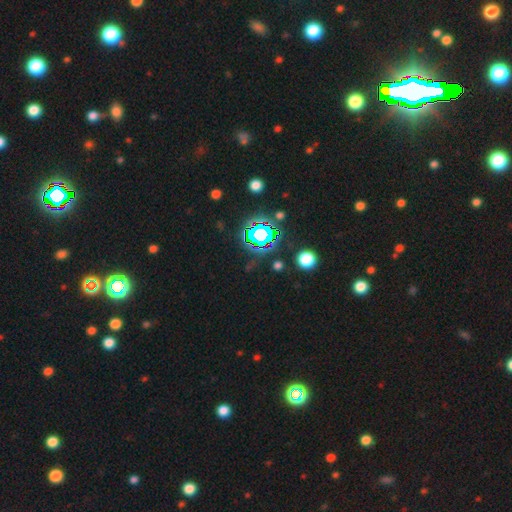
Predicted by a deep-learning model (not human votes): This is clearly a star or artifact rather than a galaxy (81%).